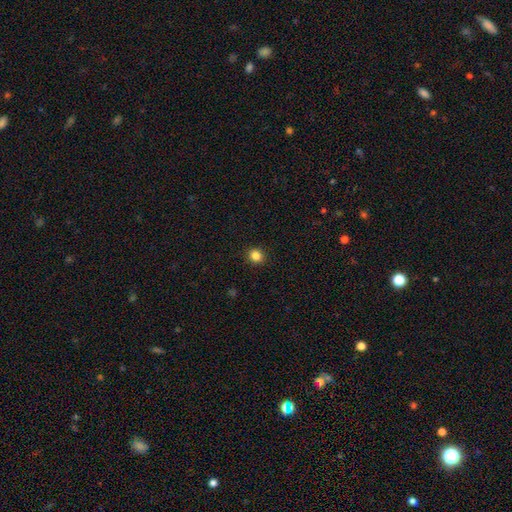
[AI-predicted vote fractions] A smooth galaxy with no disk features (84%) that is round (87%).

Vote fractions:
- Smooth or featured? smooth: 84% / star or artifact: 12% / featured or disk: 4%
- How rounded? round: 87% / in between: 12% / cigar-shaped: 1%
- Merging? none: 92% / minor disturbance: 5% / major disturbance: 2% / merger: 1%